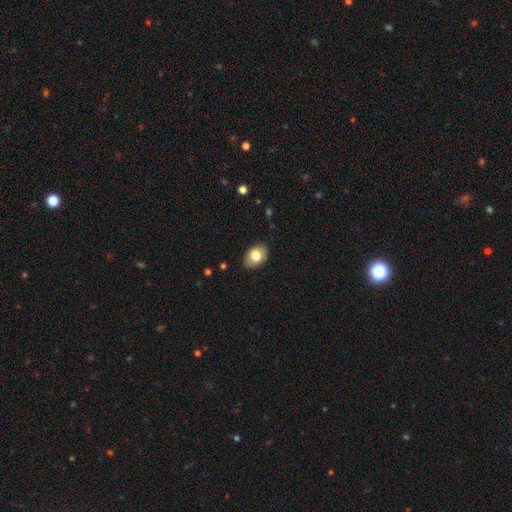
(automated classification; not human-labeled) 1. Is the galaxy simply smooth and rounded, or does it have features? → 81% smooth, 12% featured or disk, 7% star or artifact.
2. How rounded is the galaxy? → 83% in between, 16% round, 1% cigar-shaped.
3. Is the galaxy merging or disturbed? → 86% none, 11% minor disturbance, 2% major disturbance, 1% merger.